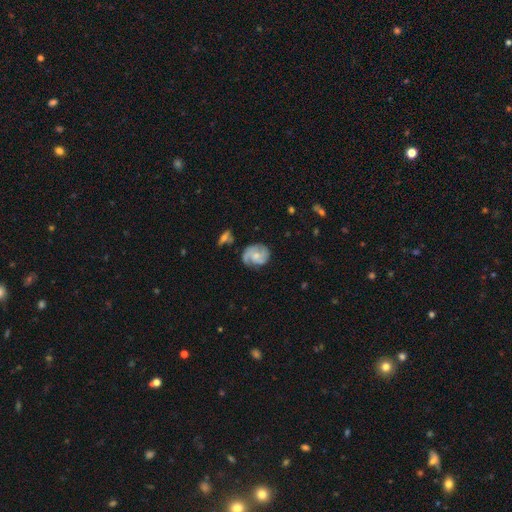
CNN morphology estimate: The model was most divided on "spiral winding": tight: 43%, medium: 42%, loose: 16%. Remaining: edge-on disk — no (98%); spiral arms — yes (93%); smooth or featured — featured or disk (73%); bar — no (68%); merging — none (62%); spiral arm count — 2 (51%); bulge size — small (46%).